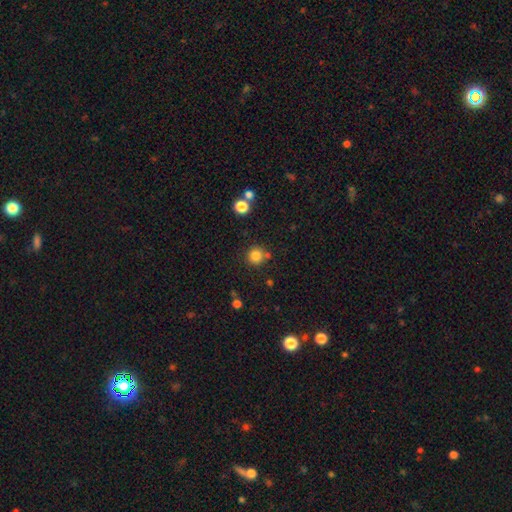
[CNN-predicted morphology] This is clearly a smooth galaxy (82%). How rounded: clearly round (93%). Merging: likely none (77%).